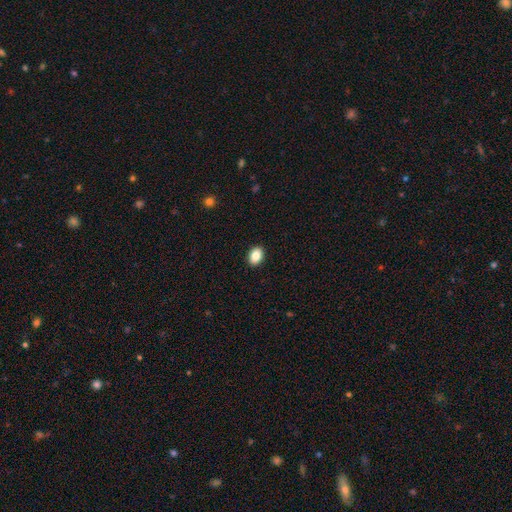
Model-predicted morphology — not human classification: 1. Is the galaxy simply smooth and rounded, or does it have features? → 86% smooth, 8% star or artifact, 6% featured or disk.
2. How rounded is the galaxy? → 79% in between, 20% round, 1% cigar-shaped.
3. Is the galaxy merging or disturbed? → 91% none, 6% minor disturbance, 2% major disturbance, 1% merger.